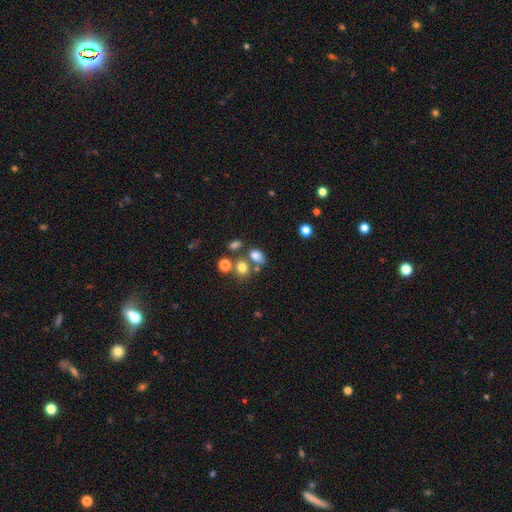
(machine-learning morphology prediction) type=smooth (74%); roundness=in between (65%); merging=none (49%).